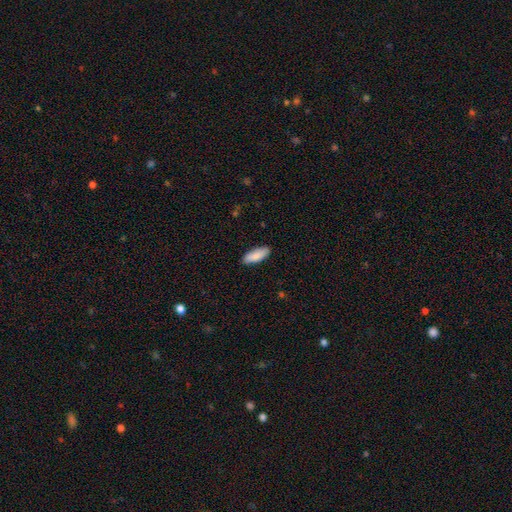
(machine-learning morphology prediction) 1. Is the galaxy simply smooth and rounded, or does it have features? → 87% smooth, 7% featured or disk, 6% star or artifact.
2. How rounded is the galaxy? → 75% in between, 23% cigar-shaped, 2% round.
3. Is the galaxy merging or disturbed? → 88% none, 9% minor disturbance, 2% major disturbance, 1% merger.